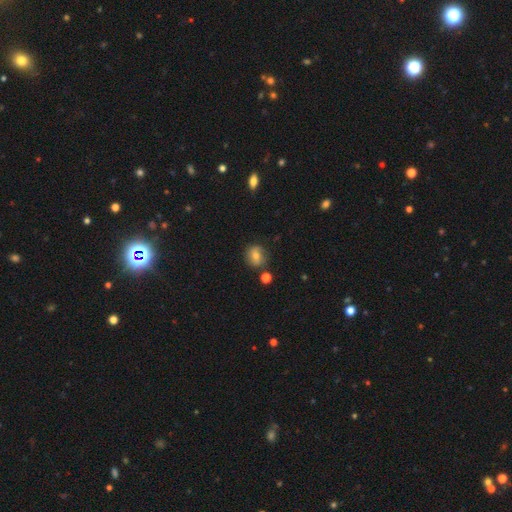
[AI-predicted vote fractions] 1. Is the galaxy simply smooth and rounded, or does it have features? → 68% smooth, 21% featured or disk, 11% star or artifact.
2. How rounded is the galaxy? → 80% round, 19% in between, 1% cigar-shaped.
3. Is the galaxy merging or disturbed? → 77% none, 15% minor disturbance, 5% merger, 4% major disturbance.